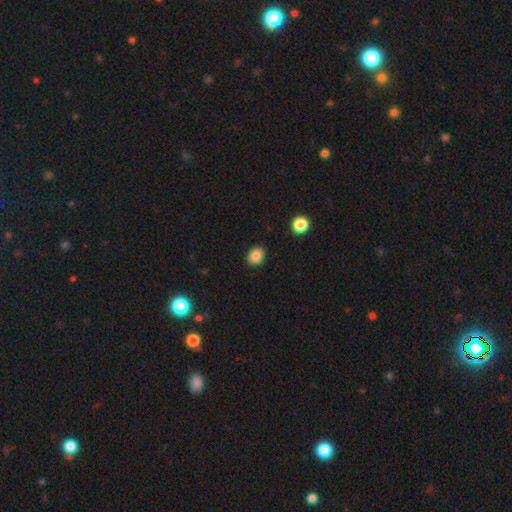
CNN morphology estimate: Overall: smooth (86%). How rounded: round (57%; in between 42%). Merging: none (90%).